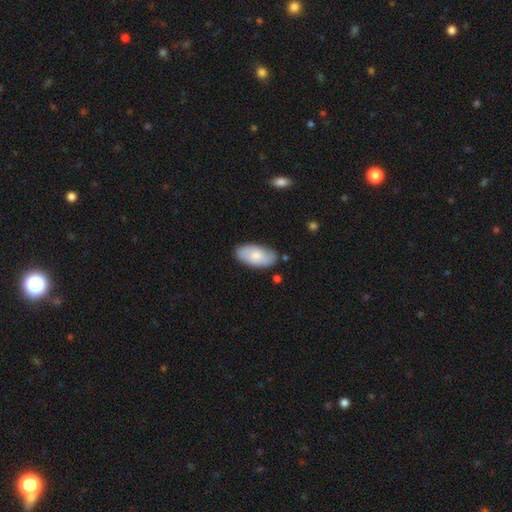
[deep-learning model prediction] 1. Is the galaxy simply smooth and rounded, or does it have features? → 71% smooth, 23% featured or disk, 6% star or artifact.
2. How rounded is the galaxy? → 94% in between, 3% cigar-shaped, 2% round.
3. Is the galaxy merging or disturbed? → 78% none, 17% minor disturbance, 3% major disturbance, 2% merger.